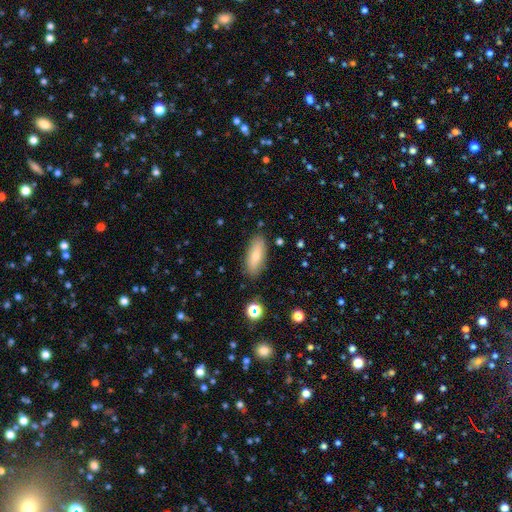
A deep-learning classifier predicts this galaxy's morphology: smooth-or-featured: smooth: 75% | featured or disk: 18% | star or artifact: 8%
  how-rounded: in between: 72% | cigar-shaped: 26% | round: 2%
  merging: none: 84% | minor disturbance: 11% | major disturbance: 3% | merger: 2%